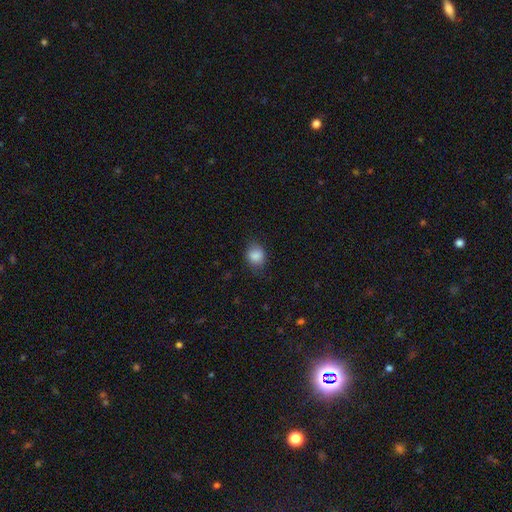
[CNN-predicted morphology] This appears to be a smooth galaxy with no disk features (86%) that is round (57%). Merging: none (75%).